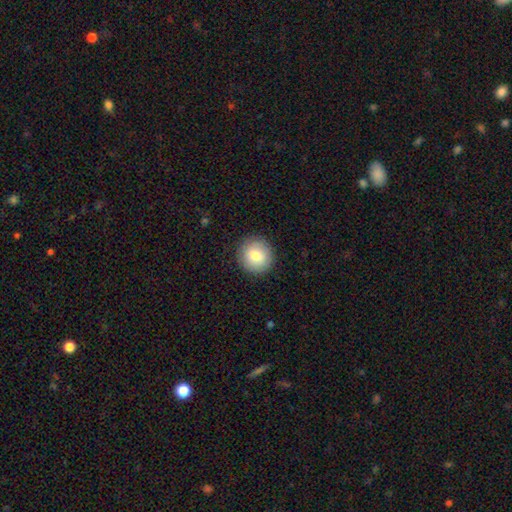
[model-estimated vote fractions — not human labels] Smooth or featured? smooth (80%)
How rounded? round (93%)
Merging? none (89%)